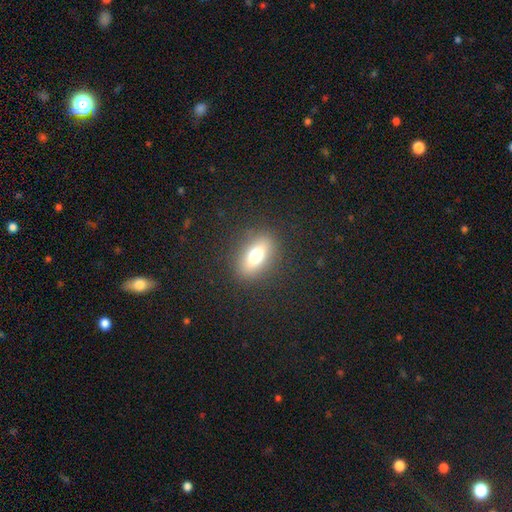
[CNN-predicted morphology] This is likely a smooth galaxy (69%). How rounded: likely in between (76%). Merging: clearly none (86%).